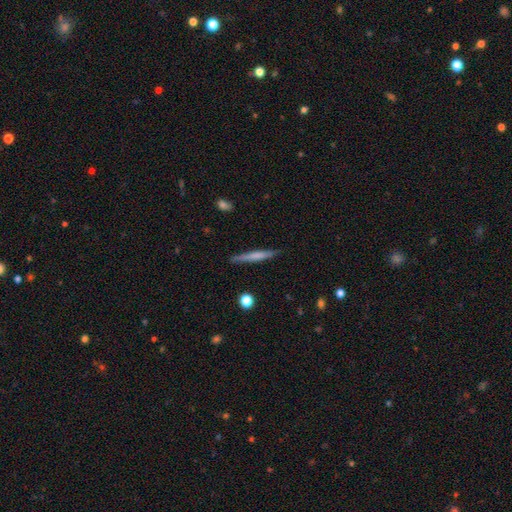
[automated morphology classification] smooth_or_featured: smooth (p=0.55) [alt: featured or disk p=0.38]
how_rounded: cigar-shaped (p=0.95) [alt: in between p=0.03]
merging: none (p=0.88) [alt: minor disturbance p=0.09]